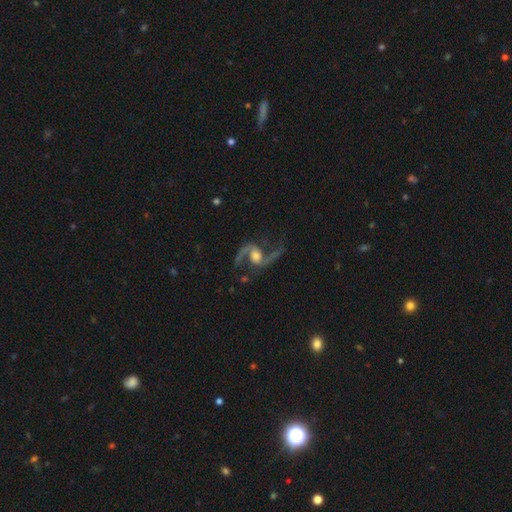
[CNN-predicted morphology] This appears to be a featured or disk galaxy (91%) with no bar (55%), 2 (94%) loose (67%) spiral arms (98%) and a moderate central bulge (57%). Merging: none (70%).